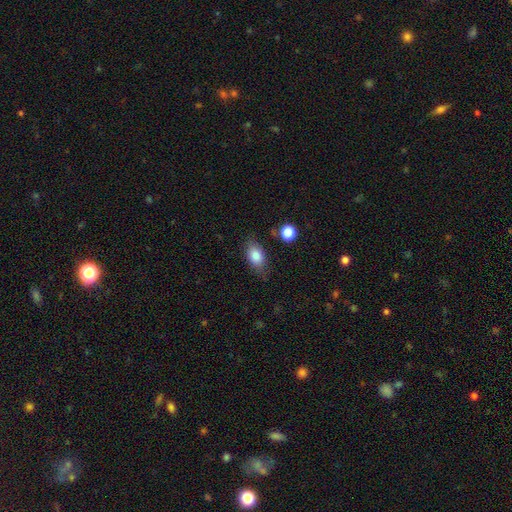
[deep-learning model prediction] The model was most divided on "merging": none: 74%, minor disturbance: 19%, major disturbance: 5%, merger: 3%. More confident: how rounded — in between (83%); smooth or featured — smooth (81%).